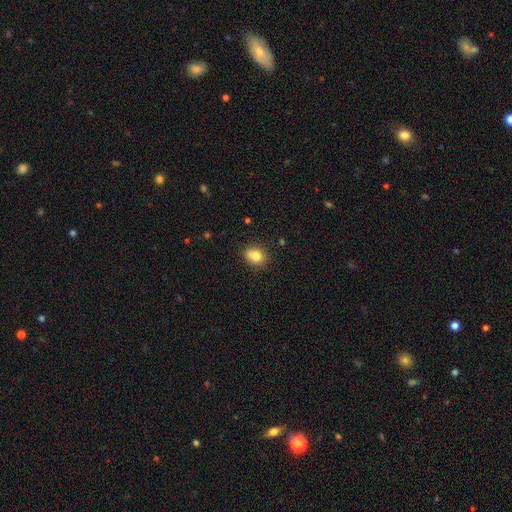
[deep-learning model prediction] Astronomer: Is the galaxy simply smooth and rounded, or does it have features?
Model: smooth — 80%.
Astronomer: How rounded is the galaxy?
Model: round — 52% (runner-up: in between, 47%).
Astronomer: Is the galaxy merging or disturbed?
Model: none — 76%.